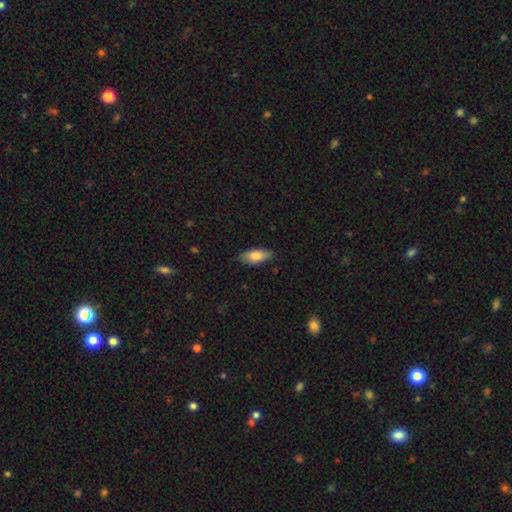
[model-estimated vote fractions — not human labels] This is likely a smooth galaxy (77%). How rounded: clearly in between (80%). Merging: clearly none (82%).